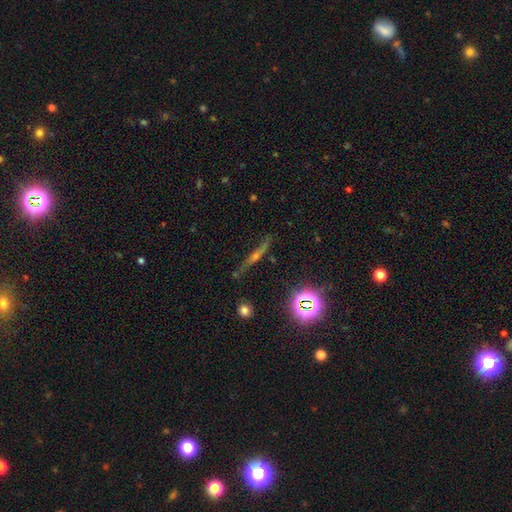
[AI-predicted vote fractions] Morphology: type=featured or disk (62%); edge-on=yes (92%); edge-on bulge=rounded (84%); merging=none (82%).